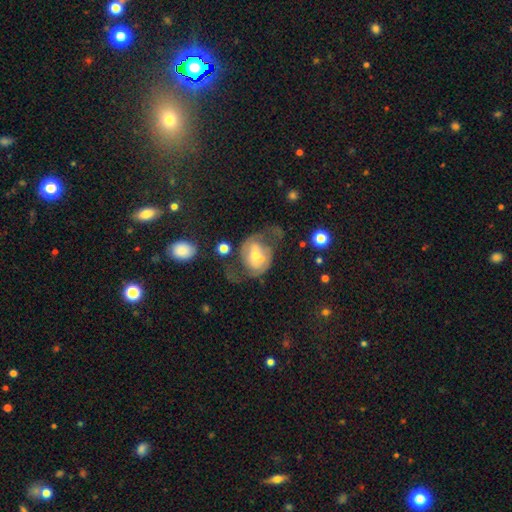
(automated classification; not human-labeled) A featured or disk galaxy (63%) with no bar (53%), spiral arms (63%) and a moderate central bulge (51%).

Vote fractions:
- Smooth or featured? featured or disk: 63% / smooth: 30% / star or artifact: 8%
- Edge-on disk? no: 96% / yes: 4%
- Bar? no: 53% / weak: 31% / strong: 17%
- Spiral arms? yes: 63% / no: 37%
- Bulge size? moderate: 51% / small: 39% / large: 6% / none: 2% / dominant: 2%
- Merging? none: 36% / major disturbance: 29% / minor disturbance: 18% / merger: 17%